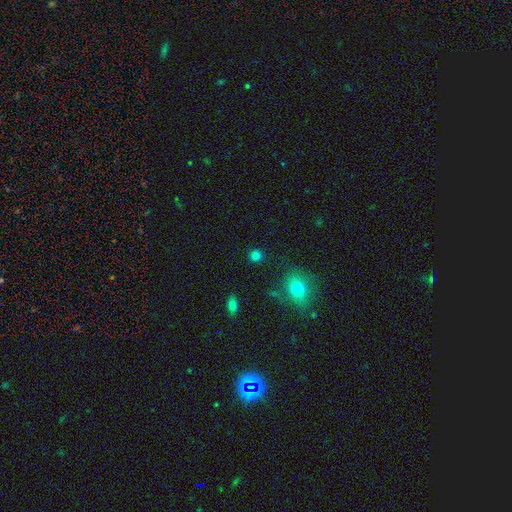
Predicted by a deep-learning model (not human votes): Overall: smooth (82%). How rounded: round (89%). Merging: none (88%).